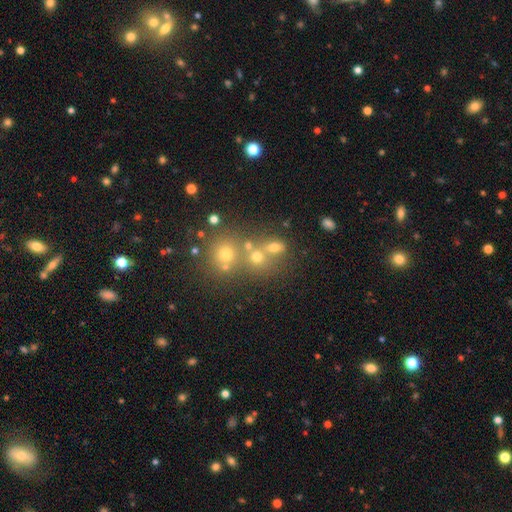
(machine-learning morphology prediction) This is possibly a smooth galaxy (51%). How rounded: likely round (78%). Merging: possibly none (49%).